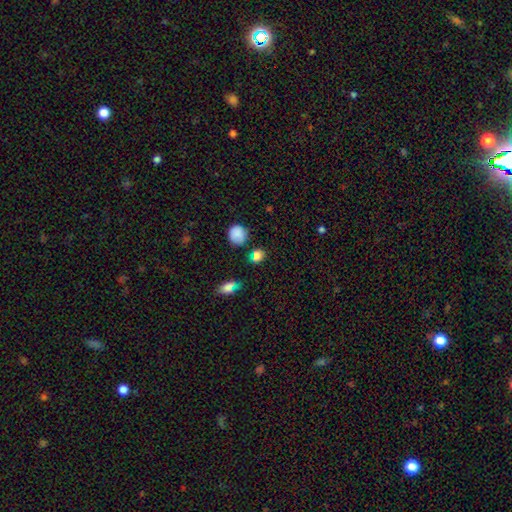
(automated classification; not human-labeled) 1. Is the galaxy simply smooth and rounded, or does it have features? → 82% smooth, 13% star or artifact, 5% featured or disk.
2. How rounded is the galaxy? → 65% round, 34% in between, 2% cigar-shaped.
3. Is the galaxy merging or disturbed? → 75% none, 13% minor disturbance, 7% merger, 4% major disturbance.